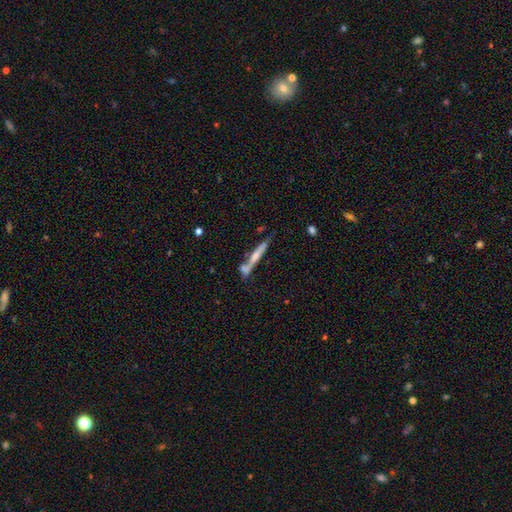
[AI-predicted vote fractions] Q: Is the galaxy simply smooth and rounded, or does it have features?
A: smooth — 49%.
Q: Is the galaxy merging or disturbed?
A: none — 55%.